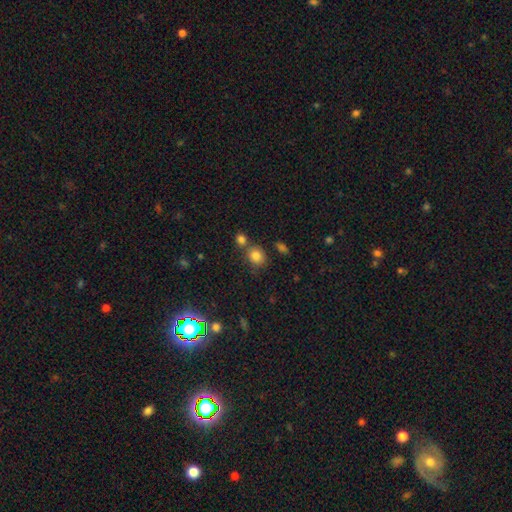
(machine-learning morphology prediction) The model was most divided on "merging": none: 60%, merger: 24%, minor disturbance: 11%, major disturbance: 4%. More confident: smooth or featured — smooth (81%); how rounded — round (71%).